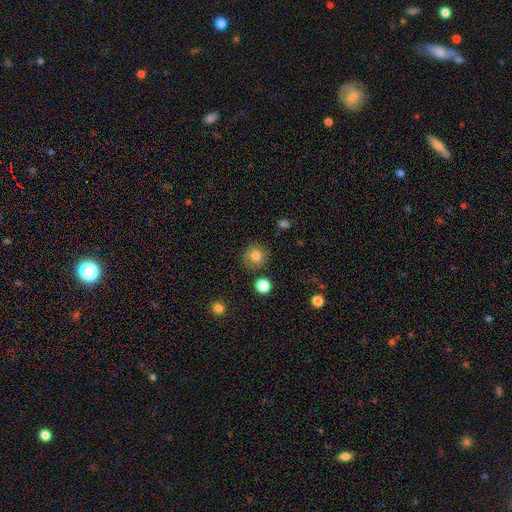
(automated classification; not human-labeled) Smooth or featured? smooth (77%)
How rounded? round (86%)
Merging? none (76%)